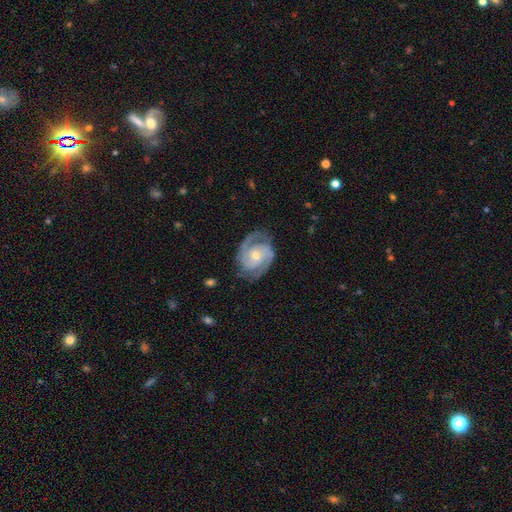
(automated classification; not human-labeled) Smooth or featured?
  - featured or disk: 90% *
  - smooth: 5%
  - star or artifact: 5%
Edge-on disk?
  - no: 98% *
  - yes: 2%
Bar?
  - no: 65% *
  - weak: 26%
  - strong: 8%
Spiral arms?
  - yes: 98% *
  - no: 2%
Spiral winding?
  - tight: 55% *
  - medium: 39%
  - loose: 6%
Spiral arm count?
  - 2: 83% *
  - 3: 8%
  - can't tell: 4%
  - 1: 2%
  - 4: 2%
  - more than 4: 2%
Bulge size?
  - small: 49% *
  - moderate: 48%
  - large: 2%
  - none: 1%
  - dominant: 1%
Merging?
  - none: 79% *
  - minor disturbance: 15%
  - major disturbance: 5%
  - merger: 1%